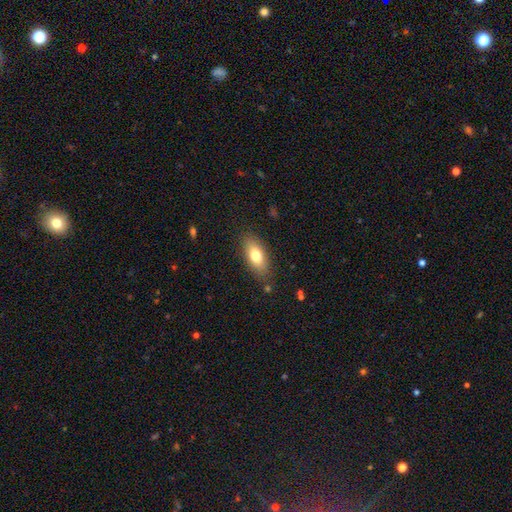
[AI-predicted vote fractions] smooth-or-featured: smooth: 75% | featured or disk: 17% | star or artifact: 7%
  how-rounded: in between: 82% | cigar-shaped: 14% | round: 4%
  merging: none: 83% | minor disturbance: 12% | major disturbance: 3% | merger: 2%